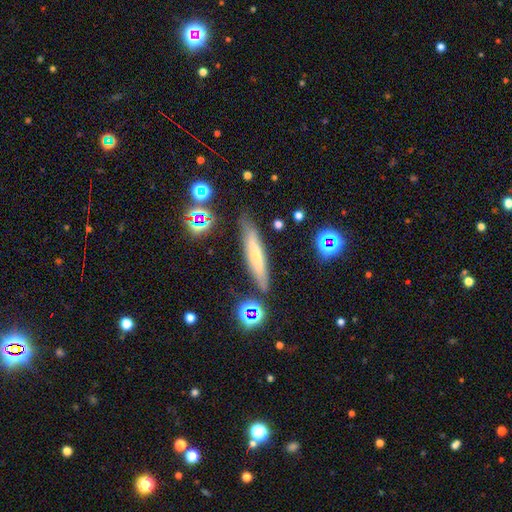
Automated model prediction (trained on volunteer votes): Morphology: type=smooth (50%); merging=none (81%).